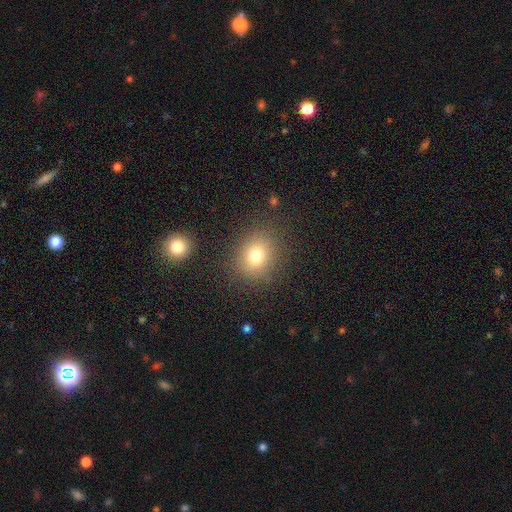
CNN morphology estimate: Smooth or featured: smooth — 76% (star or artifact — 14%)
How rounded: round — 67% (in between — 32%)
Merging: none — 84% (minor disturbance — 9%)